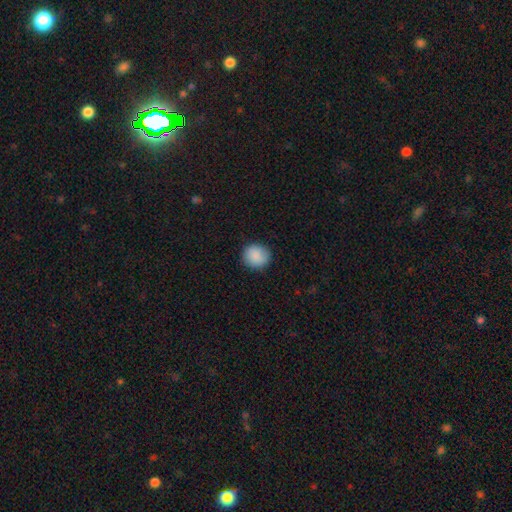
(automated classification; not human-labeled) Smooth or featured: smooth — 89% (star or artifact — 7%)
How rounded: round — 91% (in between — 8%)
Merging: none — 89% (minor disturbance — 8%)